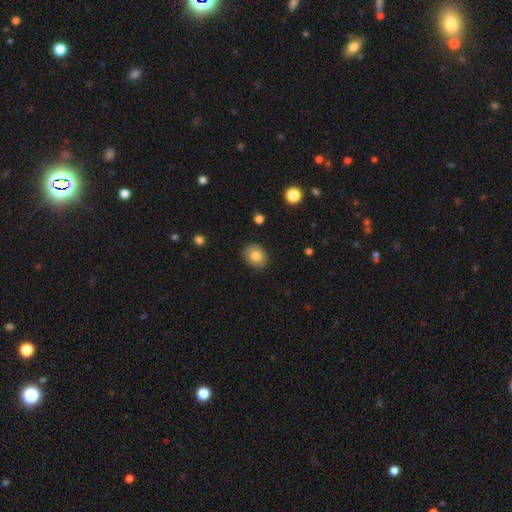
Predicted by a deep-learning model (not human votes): This is clearly a smooth galaxy (82%). How rounded: possibly round (54%). Merging: clearly none (88%).